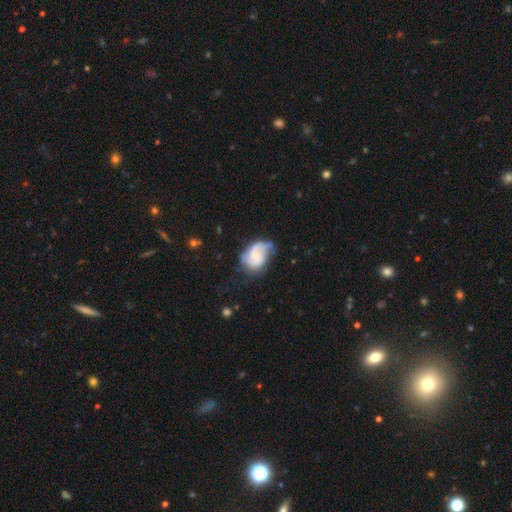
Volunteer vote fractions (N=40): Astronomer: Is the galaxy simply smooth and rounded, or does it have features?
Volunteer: featured or disk — 65%.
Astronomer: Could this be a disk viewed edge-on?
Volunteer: no — 96%.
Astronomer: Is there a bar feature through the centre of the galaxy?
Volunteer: no — 76%.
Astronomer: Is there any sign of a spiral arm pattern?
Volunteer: yes — 92%.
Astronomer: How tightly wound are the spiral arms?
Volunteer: medium — 52%.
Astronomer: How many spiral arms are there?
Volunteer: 2 — 83%.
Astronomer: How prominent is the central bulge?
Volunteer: small — 52% (runner-up: moderate, 40%).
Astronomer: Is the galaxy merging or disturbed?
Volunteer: none — 42% (runner-up: minor disturbance, 39%).